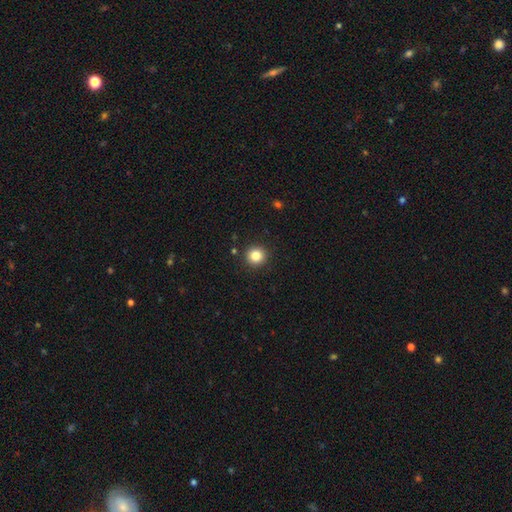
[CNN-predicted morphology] Smooth or featured: smooth — 84% (star or artifact — 11%)
How rounded: round — 94% (in between — 5%)
Merging: none — 91% (minor disturbance — 6%)